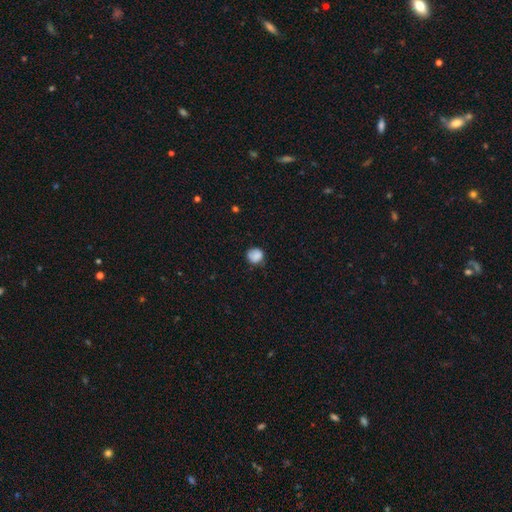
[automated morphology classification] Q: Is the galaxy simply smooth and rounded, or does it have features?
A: smooth — 83%.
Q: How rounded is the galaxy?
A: round — 85%.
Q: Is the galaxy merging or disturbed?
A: none — 69%.